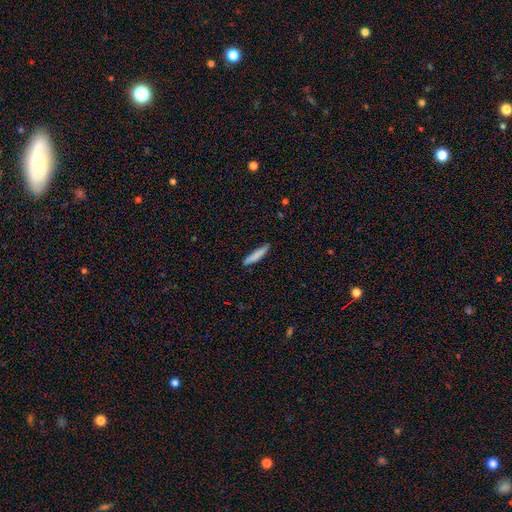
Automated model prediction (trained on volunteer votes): Overall: smooth (81%). How rounded: cigar-shaped (91%). Merging: none (81%).